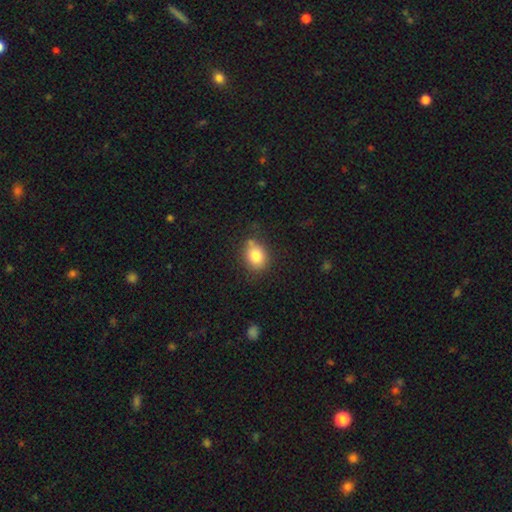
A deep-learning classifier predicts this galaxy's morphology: smooth_or_featured: smooth (p=0.80) [alt: star or artifact p=0.10]
how_rounded: round (p=0.50) [alt: in between p=0.49]
merging: none (p=0.71) [alt: minor disturbance p=0.18]